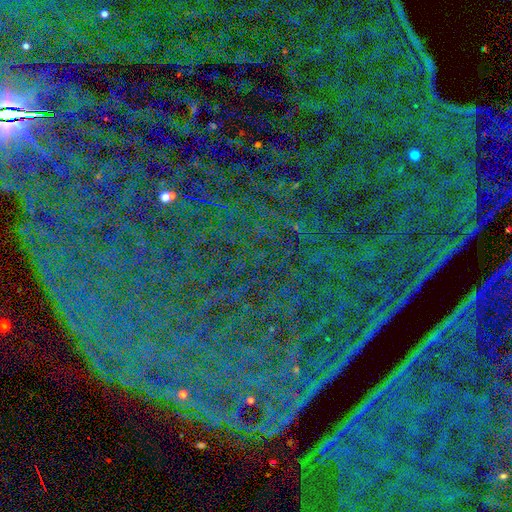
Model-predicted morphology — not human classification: smooth_or_featured: star or artifact (p=0.87) [alt: featured or disk p=0.07]